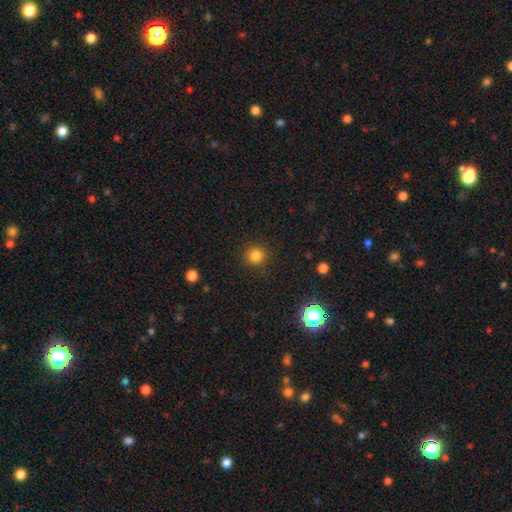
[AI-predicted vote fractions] smooth-or-featured: smooth: 83% | star or artifact: 13% | featured or disk: 4%
  how-rounded: round: 93% | in between: 6% | cigar-shaped: 1%
  merging: none: 89% | minor disturbance: 7% | major disturbance: 3% | merger: 1%